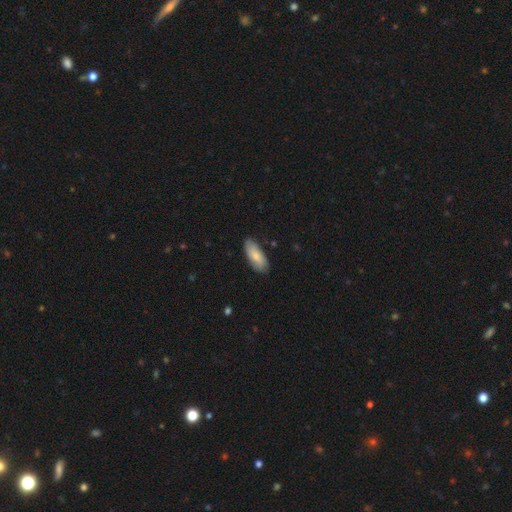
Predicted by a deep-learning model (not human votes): Smooth or featured: smooth — 77% (featured or disk — 18%)
How rounded: in between — 81% (cigar-shaped — 17%)
Merging: none — 82% (minor disturbance — 14%)